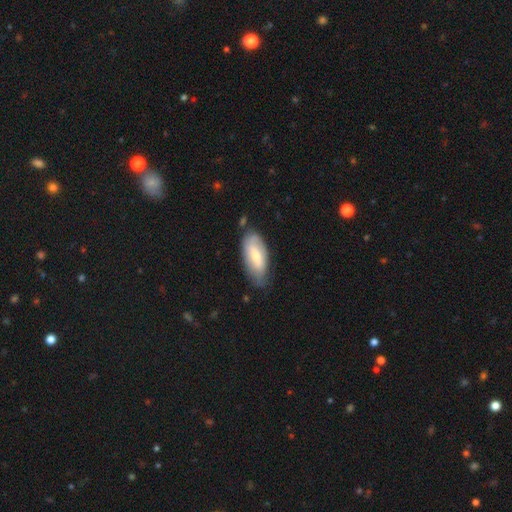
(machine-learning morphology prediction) Q: Smooth or featured?
A: smooth (57%); runner-up: featured or disk (37%)
Q: How rounded?
A: in between (84%); runner-up: cigar-shaped (14%)
Q: Merging?
A: none (66%); runner-up: minor disturbance (25%)